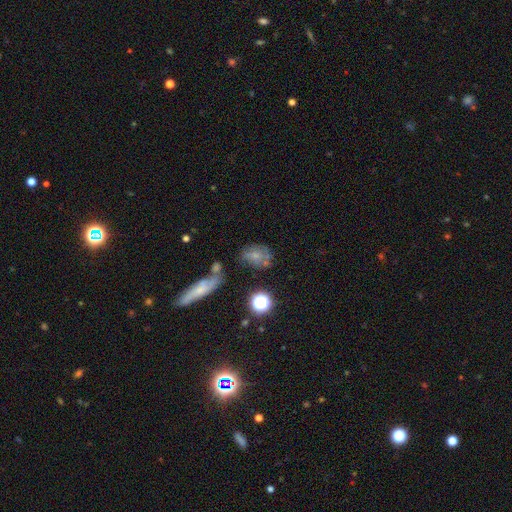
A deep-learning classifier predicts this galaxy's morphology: Q: Smooth or featured?
A: smooth (53%); runner-up: featured or disk (29%)
Q: How rounded?
A: in between (61%); runner-up: round (35%)
Q: Merging?
A: none (45%); runner-up: minor disturbance (23%)